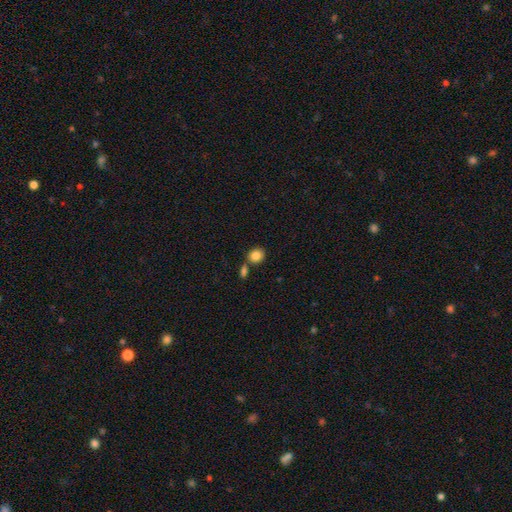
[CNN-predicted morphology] smooth_or_featured: smooth (p=0.86) [alt: star or artifact p=0.09]
how_rounded: round (p=0.68) [alt: in between p=0.30]
merging: none (p=0.65) [alt: merger p=0.22]